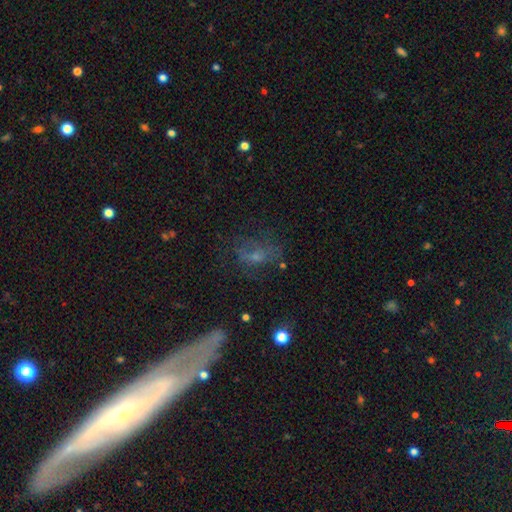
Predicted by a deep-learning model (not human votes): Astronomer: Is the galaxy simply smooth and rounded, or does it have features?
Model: smooth — 40% (runner-up: featured or disk, 37%).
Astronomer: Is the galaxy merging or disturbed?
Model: none — 45% (runner-up: major disturbance, 30%).